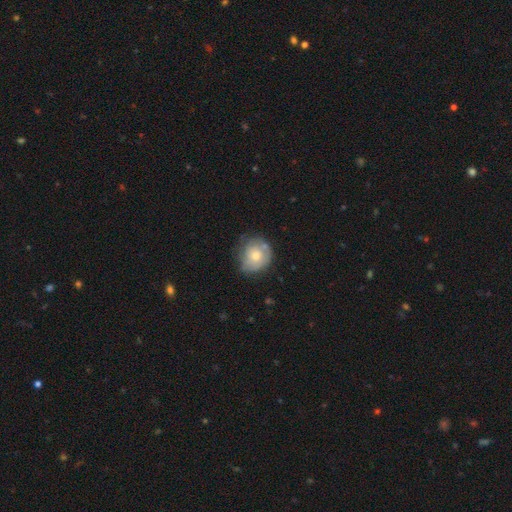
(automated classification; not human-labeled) smooth-or-featured: smooth: 56% | featured or disk: 37% | star or artifact: 7%
  how-rounded: round: 80% | in between: 19% | cigar-shaped: 1%
  merging: none: 60% | minor disturbance: 28% | major disturbance: 9% | merger: 4%